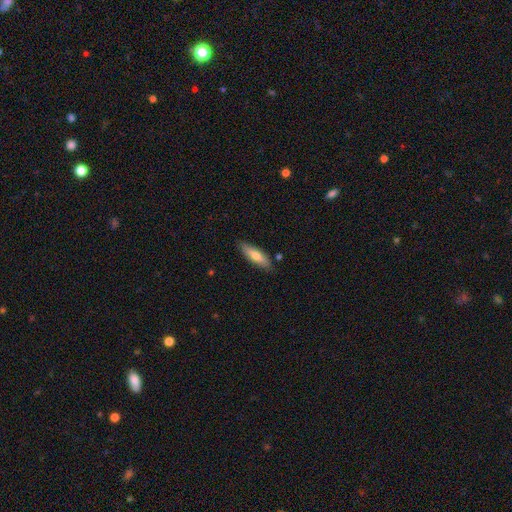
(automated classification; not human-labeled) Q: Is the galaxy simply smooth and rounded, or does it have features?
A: smooth — 66%.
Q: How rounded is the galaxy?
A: cigar-shaped — 57%.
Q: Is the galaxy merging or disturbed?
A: none — 83%.